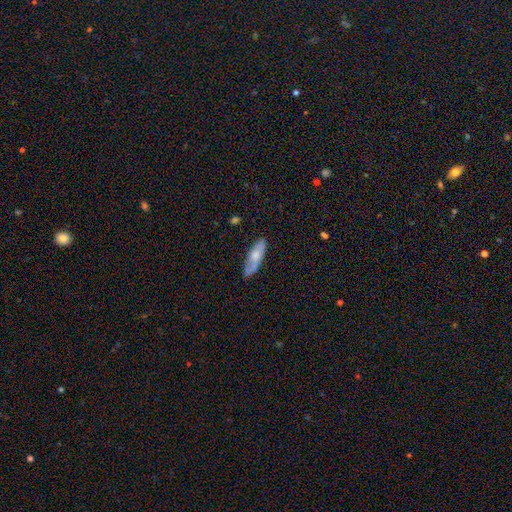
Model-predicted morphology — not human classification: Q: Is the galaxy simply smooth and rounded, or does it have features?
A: smooth — 62%.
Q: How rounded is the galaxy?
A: cigar-shaped — 50%.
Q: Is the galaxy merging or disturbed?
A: none — 76%.